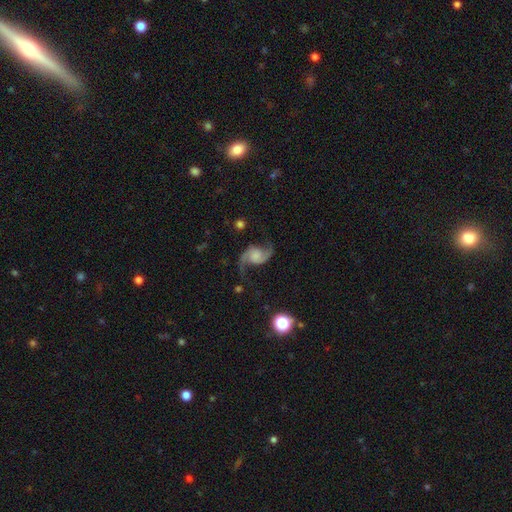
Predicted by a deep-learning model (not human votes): A featured or disk galaxy (89%) with no bar (64%), 2 (94%) loose (71%) spiral arms (98%) and no central bulge (43%).

Vote fractions:
- Smooth or featured? featured or disk: 89% / smooth: 5% / star or artifact: 5%
- Edge-on disk? no: 98% / yes: 2%
- Bar? no: 64% / weak: 28% / strong: 8%
- Spiral arms? yes: 98% / no: 2%
- Spiral winding? loose: 71% / medium: 24% / tight: 5%
- Spiral arm count? 2: 94% / 1: 2% / can't tell: 1% / 3: 1% / 4: 1% / more than 4: 1%
- Bulge size? none: 43% / small: 22% / moderate: 18% / large: 13% / dominant: 4%
- Merging? none: 74% / minor disturbance: 15% / major disturbance: 8% / merger: 2%